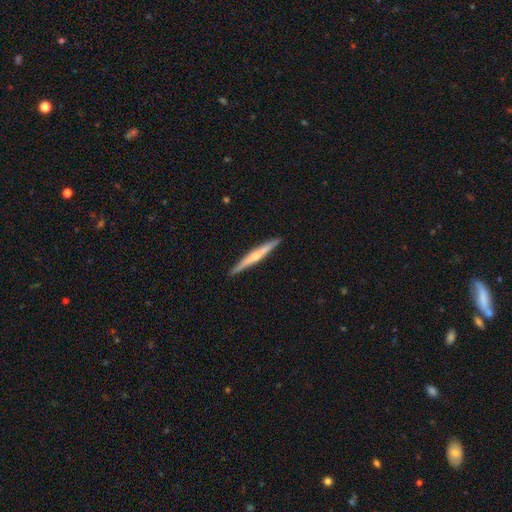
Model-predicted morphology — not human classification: Q: Smooth or featured?
A: featured or disk (64%); runner-up: smooth (31%)
Q: Edge-on disk?
A: yes (98%); runner-up: no (2%)
Q: Edge-on bulge?
A: rounded (70%); runner-up: none (24%)
Q: Merging?
A: none (91%); runner-up: minor disturbance (6%)